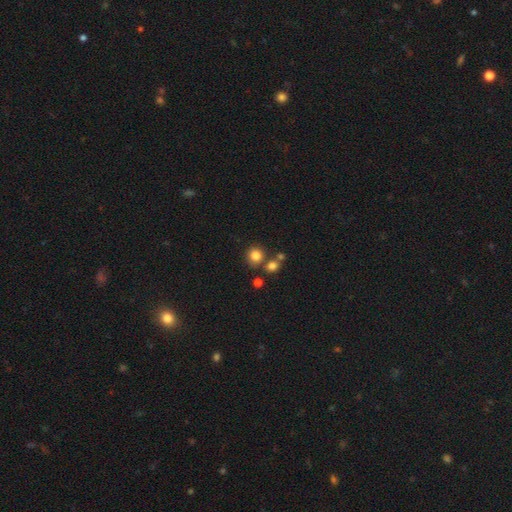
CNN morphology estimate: A smooth galaxy with no disk features (81%) that is round (87%). Merging: none (73%).